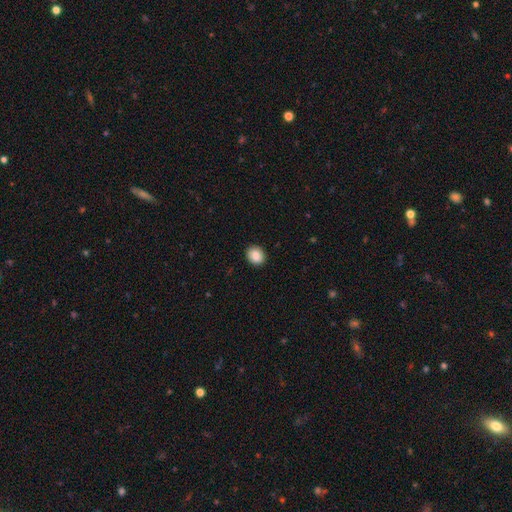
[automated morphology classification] Q: Smooth or featured?
A: smooth (86%); runner-up: star or artifact (8%)
Q: How rounded?
A: round (66%); runner-up: in between (33%)
Q: Merging?
A: none (92%); runner-up: minor disturbance (6%)